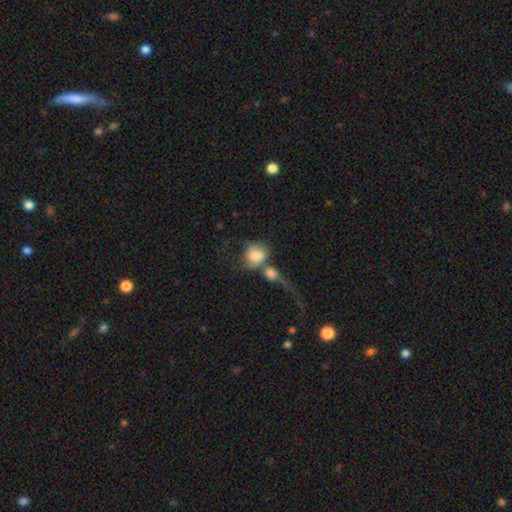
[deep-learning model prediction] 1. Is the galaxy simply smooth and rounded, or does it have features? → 76% smooth, 16% featured or disk, 8% star or artifact.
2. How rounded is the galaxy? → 70% round, 28% in between, 2% cigar-shaped.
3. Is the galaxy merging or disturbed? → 58% merger, 19% none, 15% major disturbance, 8% minor disturbance.